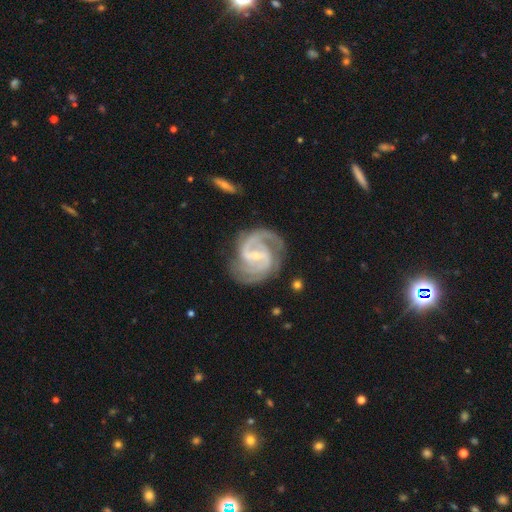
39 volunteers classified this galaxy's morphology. Smooth or featured? 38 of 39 (97%) said featured or disk. Edge-on disk? 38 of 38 (100%) said no. Bar? 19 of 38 (50%) said weak. Spiral arms? 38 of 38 (100%) said yes. Spiral winding? 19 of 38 (50%) said medium. Spiral arm count? 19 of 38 (50%) said 2. Bulge size? 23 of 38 (61%) said small. Merging? 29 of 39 (74%) said none.